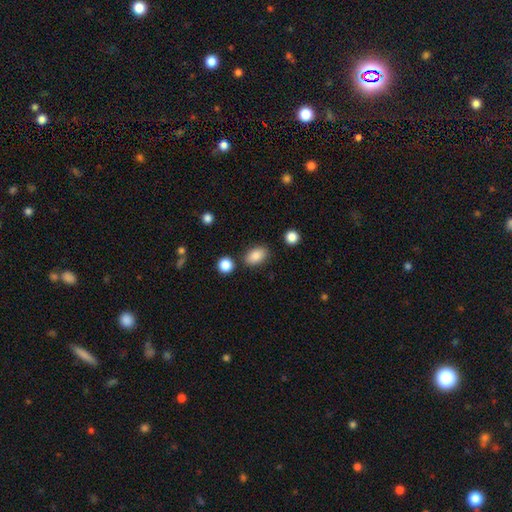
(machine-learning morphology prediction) smooth-or-featured: smooth: 86% | star or artifact: 8% | featured or disk: 6%
  how-rounded: in between: 87% | round: 11% | cigar-shaped: 2%
  merging: none: 82% | minor disturbance: 10% | merger: 5% | major disturbance: 3%